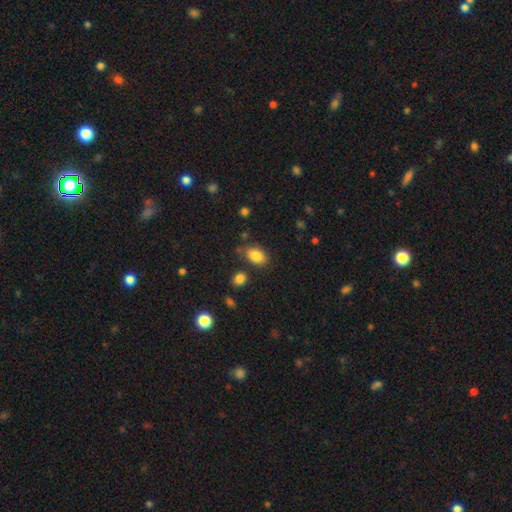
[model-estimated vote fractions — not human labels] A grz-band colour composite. It shows a smooth galaxy with no disk features (84%) that is in between round and cigar-shaped (84%). Merging: none (73%).